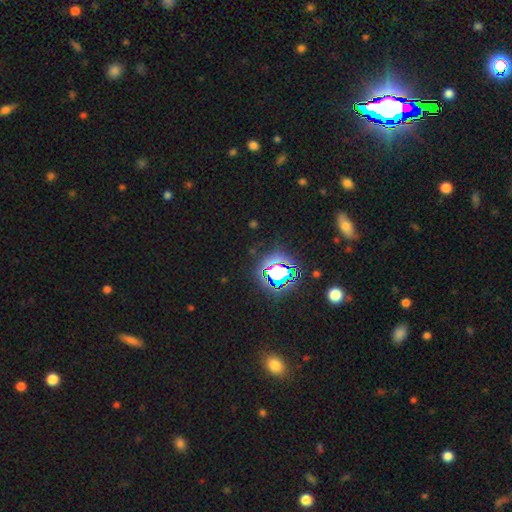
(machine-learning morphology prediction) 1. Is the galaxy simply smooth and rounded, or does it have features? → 75% star or artifact, 17% smooth, 8% featured or disk.